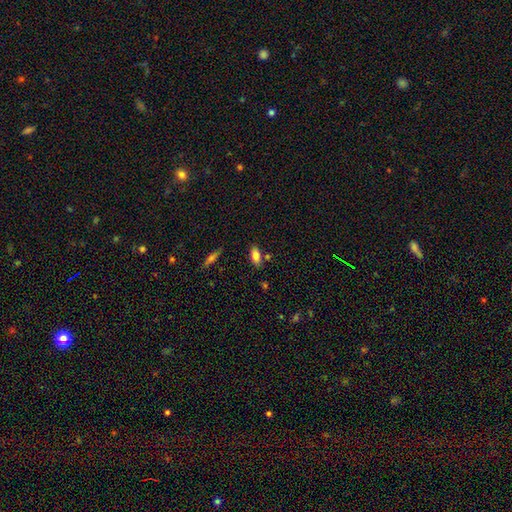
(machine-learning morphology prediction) Q: Smooth or featured?
A: smooth (81%); runner-up: featured or disk (11%)
Q: How rounded?
A: in between (86%); runner-up: cigar-shaped (11%)
Q: Merging?
A: none (77%); runner-up: minor disturbance (13%)